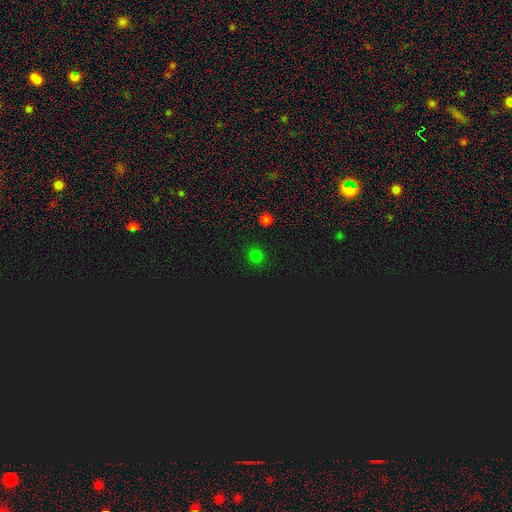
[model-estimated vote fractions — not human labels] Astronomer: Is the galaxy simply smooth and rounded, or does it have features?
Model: smooth — 69%.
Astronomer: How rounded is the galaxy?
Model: round — 88%.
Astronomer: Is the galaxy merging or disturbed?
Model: none — 90%.